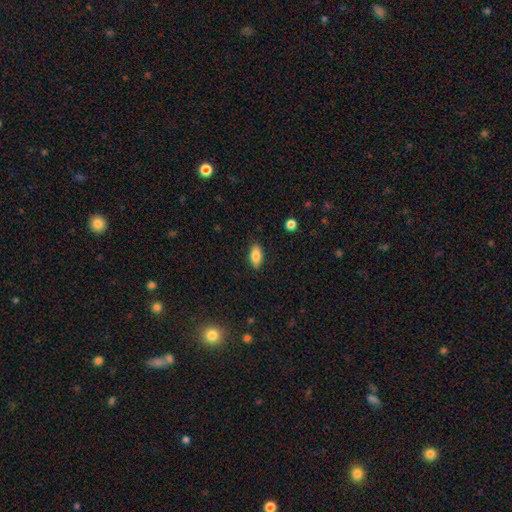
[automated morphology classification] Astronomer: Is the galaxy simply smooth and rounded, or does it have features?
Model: smooth — 82%.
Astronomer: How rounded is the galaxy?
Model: in between — 86%.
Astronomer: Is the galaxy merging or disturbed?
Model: none — 87%.